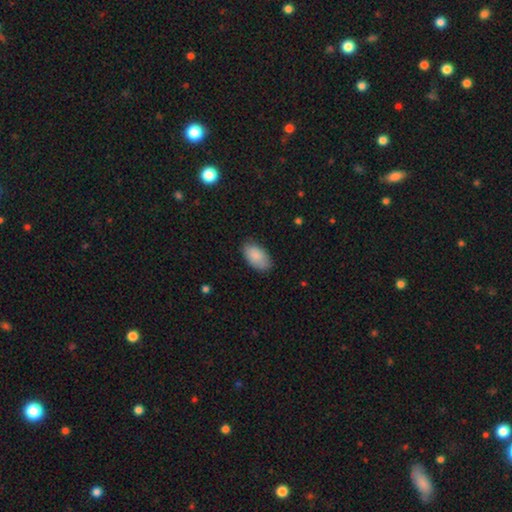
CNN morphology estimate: smooth_or_featured: smooth (p=0.87) [alt: featured or disk p=0.06]
how_rounded: in between (p=0.95) [alt: round p=0.04]
merging: none (p=0.82) [alt: minor disturbance p=0.14]